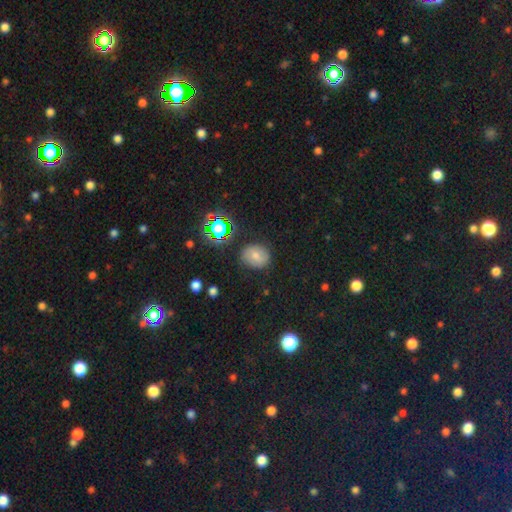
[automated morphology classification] smooth_or_featured: smooth (p=0.67) [alt: star or artifact p=0.19]
how_rounded: round (p=0.63) [alt: in between p=0.36]
merging: none (p=0.81) [alt: minor disturbance p=0.13]